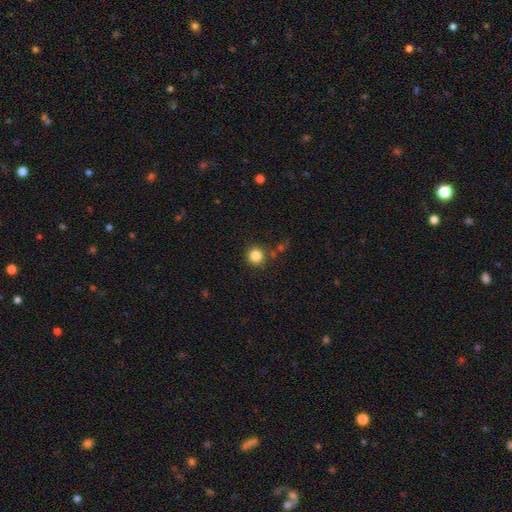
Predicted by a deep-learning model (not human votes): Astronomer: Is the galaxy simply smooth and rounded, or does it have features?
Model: smooth — 84%.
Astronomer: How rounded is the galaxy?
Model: round — 93%.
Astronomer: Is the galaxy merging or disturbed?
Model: none — 83%.